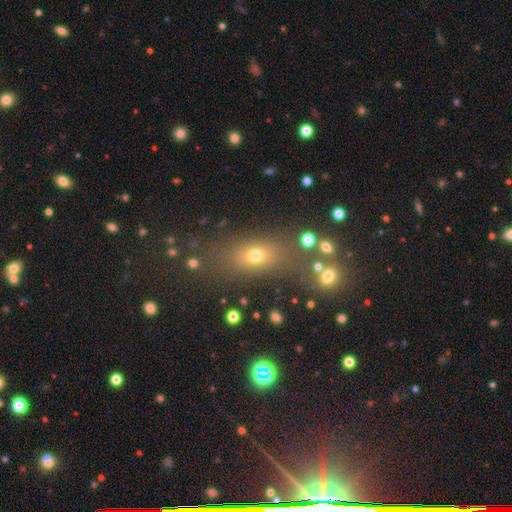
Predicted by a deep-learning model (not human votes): smooth 63%, star or artifact 23%, featured or disk 14%. Down the decision tree: how rounded — in between (63%); merging — none (72%).